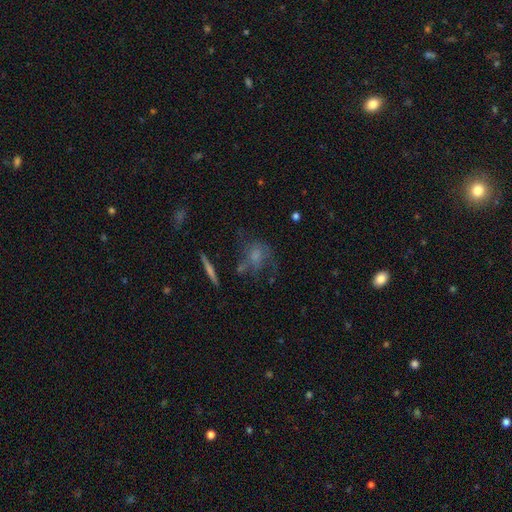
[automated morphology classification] smooth 44% (tied), featured or disk 44% (tied), star or artifact 12%. Down the decision tree: merging — none (45%).